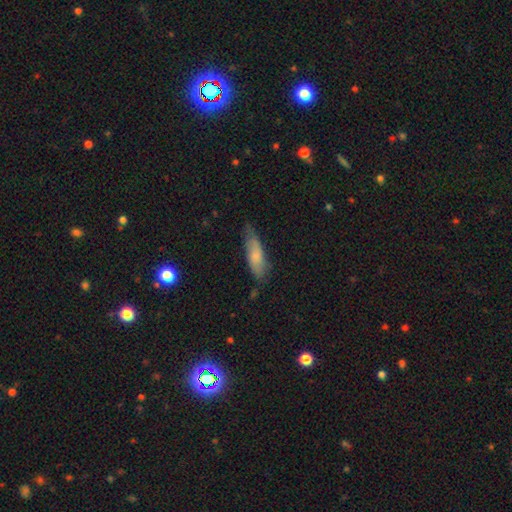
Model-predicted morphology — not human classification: Q: Smooth or featured?
A: smooth (73%); runner-up: featured or disk (21%)
Q: How rounded?
A: cigar-shaped (51%); runner-up: in between (47%)
Q: Merging?
A: none (67%); runner-up: minor disturbance (26%)